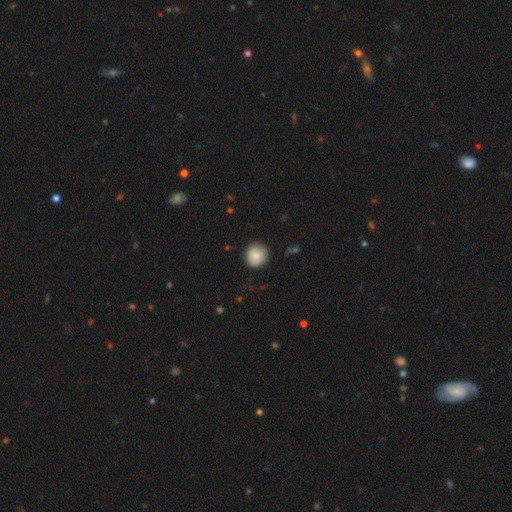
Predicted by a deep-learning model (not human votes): Smooth or featured?
  - smooth: 81% *
  - featured or disk: 12%
  - star or artifact: 7%
How rounded?
  - round: 90% *
  - in between: 9%
  - cigar-shaped: 1%
Merging?
  - none: 83% *
  - minor disturbance: 13%
  - major disturbance: 3%
  - merger: 1%